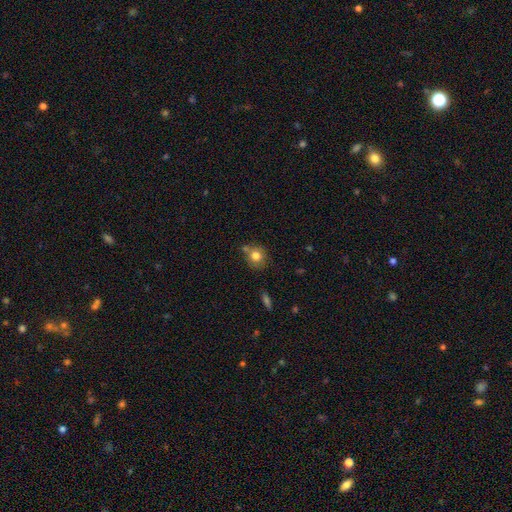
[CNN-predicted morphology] Overall: smooth (78%). How rounded: round (78%). Merging: none (61%).